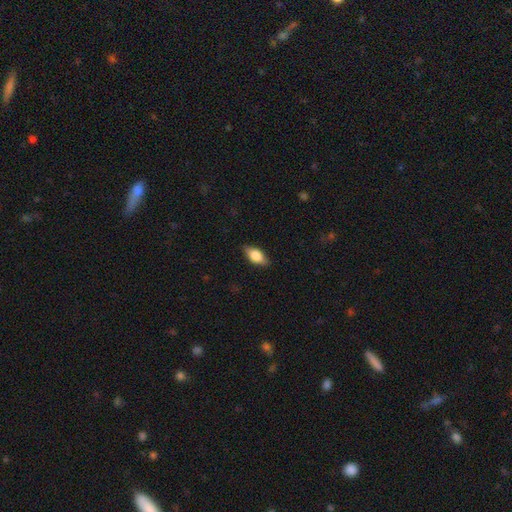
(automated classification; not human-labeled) This appears to be a smooth galaxy with no disk features (77%) that is in between round and cigar-shaped (88%). Merging: none (84%).